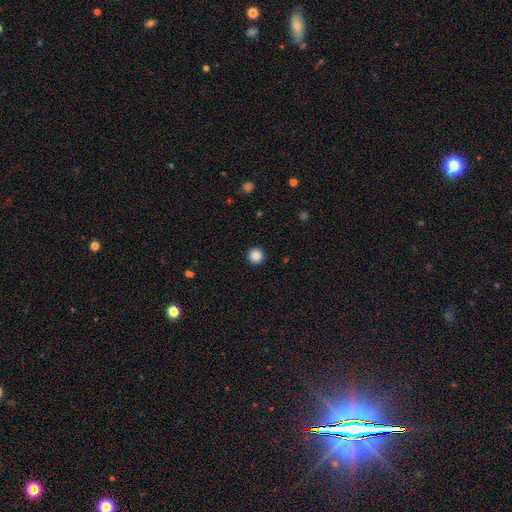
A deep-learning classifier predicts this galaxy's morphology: A smooth galaxy with no disk features (87%) that is round (96%). Merging: none (93%).